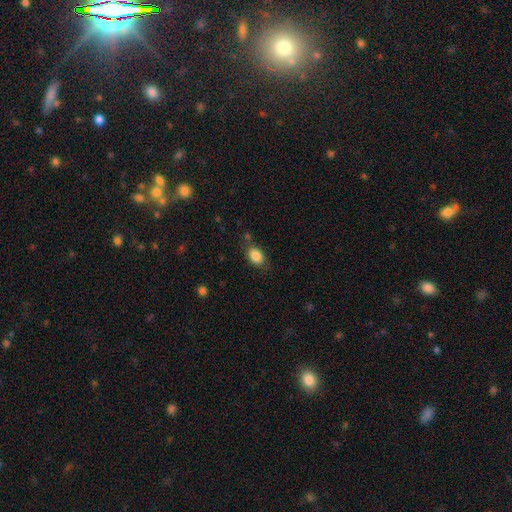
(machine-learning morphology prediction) This appears to be a smooth galaxy with no disk features (86%) that is in between round and cigar-shaped (81%). Merging: none (74%).